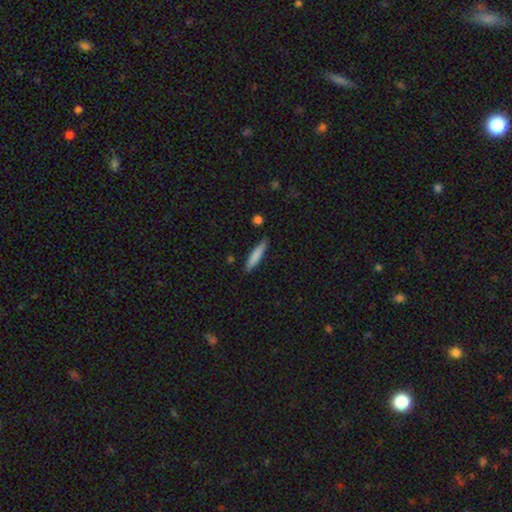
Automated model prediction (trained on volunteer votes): The model was most divided on "smooth or featured": smooth: 80%, featured or disk: 14%, star or artifact: 6%. More confident: how rounded — cigar-shaped (88%); merging — none (84%).